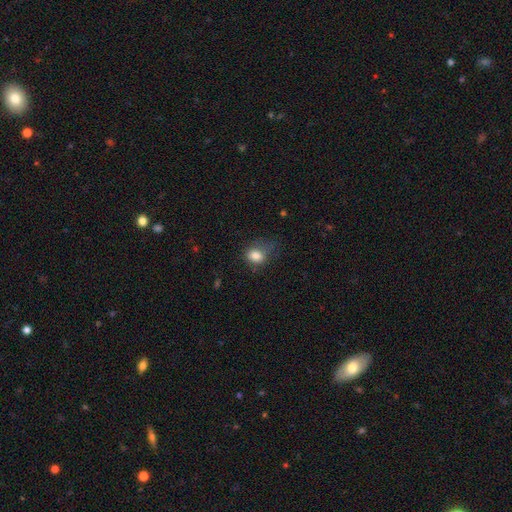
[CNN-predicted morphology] smooth 82%, star or artifact 11%, featured or disk 7%. Down the decision tree: how rounded — in between (55%); merging — none (49%).